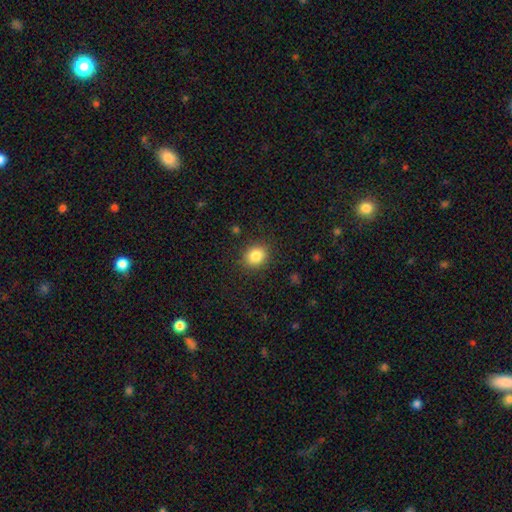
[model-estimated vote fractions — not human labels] This appears to be a smooth galaxy with no disk features (84%) that is round (67%). Merging: none (88%).